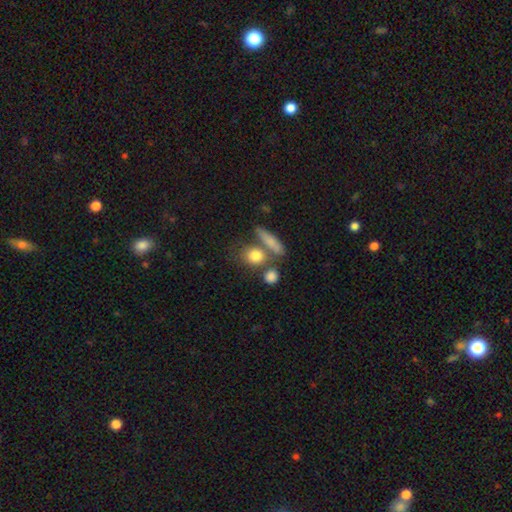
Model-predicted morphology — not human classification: Smooth or featured: smooth — 79% (featured or disk — 13%)
How rounded: round — 57% (in between — 34%)
Merging: none — 54% (merger — 28%)